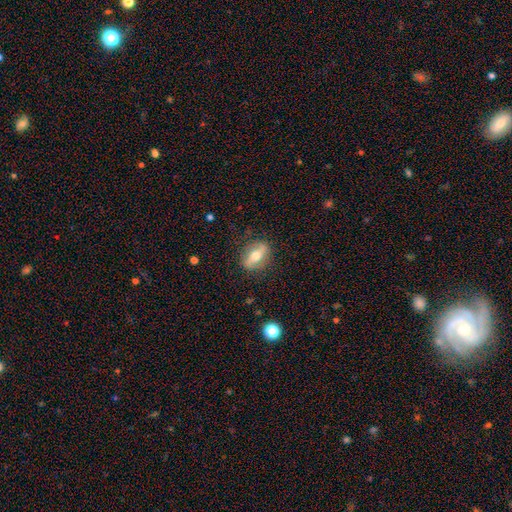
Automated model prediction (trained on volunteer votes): smooth_or_featured: featured or disk (p=0.58) [alt: smooth p=0.35]
disk_edge_on: no (p=0.71) [alt: yes p=0.29]
merging: none (p=0.82) [alt: minor disturbance p=0.13]